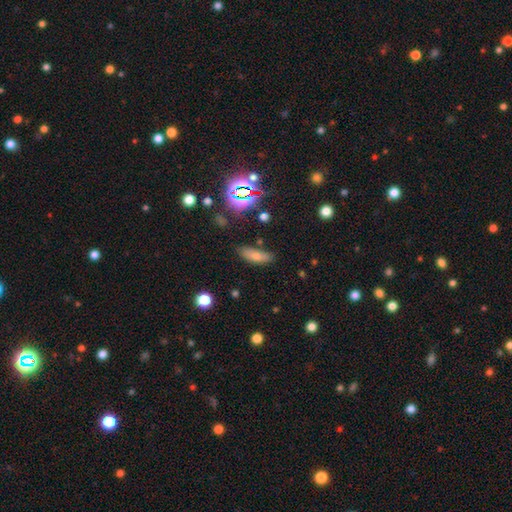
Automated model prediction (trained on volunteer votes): This appears to be a smooth galaxy with no disk features (70%) that is in between round and cigar-shaped (65%). Merging: none (75%).